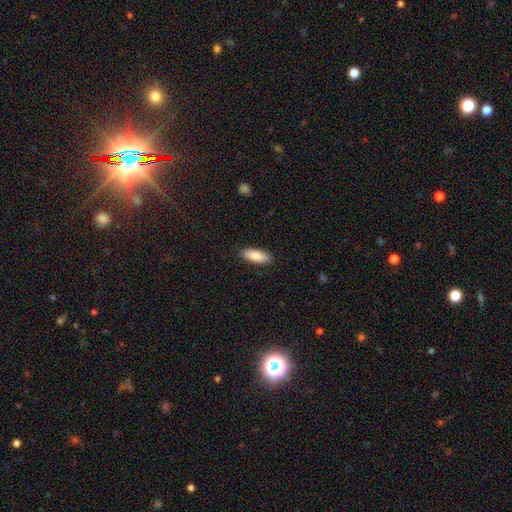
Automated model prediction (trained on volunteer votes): Q: Smooth or featured?
A: smooth (87%); runner-up: featured or disk (7%)
Q: How rounded?
A: in between (74%); runner-up: cigar-shaped (24%)
Q: Merging?
A: none (89%); runner-up: minor disturbance (8%)